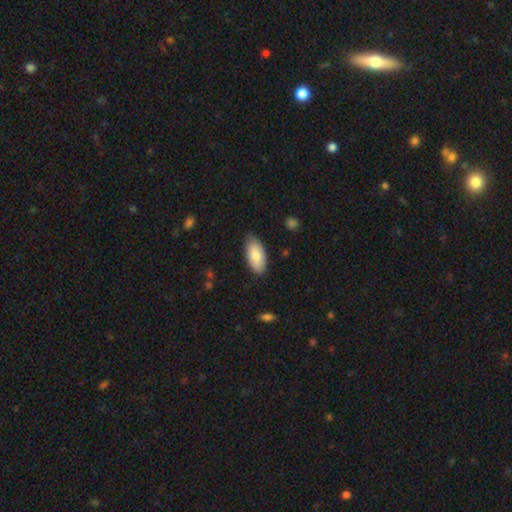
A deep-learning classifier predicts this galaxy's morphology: The model was most divided on "merging": none: 77%, minor disturbance: 19%, major disturbance: 3%, merger: 1%. More confident: how rounded — in between (92%); smooth or featured — smooth (82%).